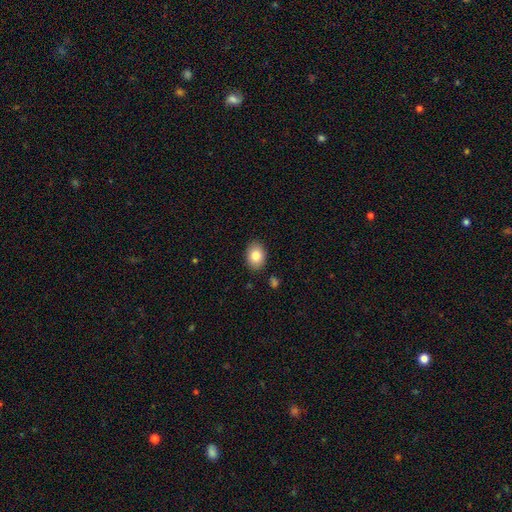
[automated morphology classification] A smooth galaxy with no disk features (84%) that is in between round and cigar-shaped (74%). Merging: none (87%).